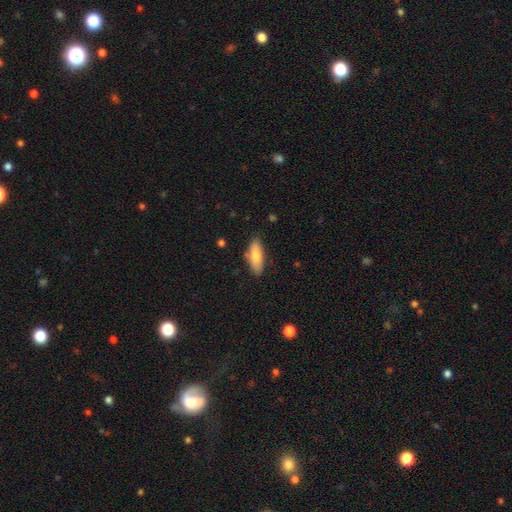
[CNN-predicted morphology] type=smooth (79%); roundness=in between (67%); merging=none (80%).